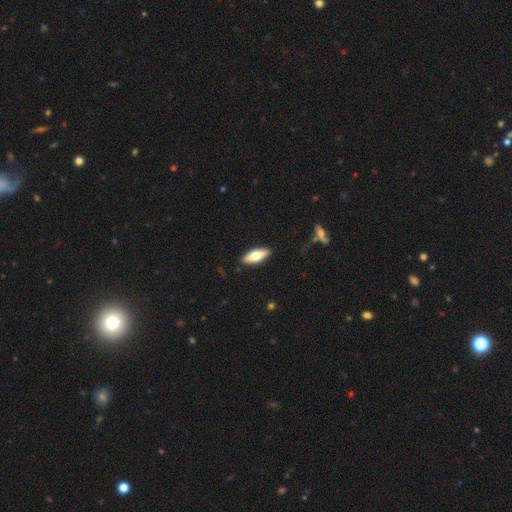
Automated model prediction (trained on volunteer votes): This appears to be a smooth galaxy with no disk features (63%) that is in between round and cigar-shaped (63%). Merging: none (89%).